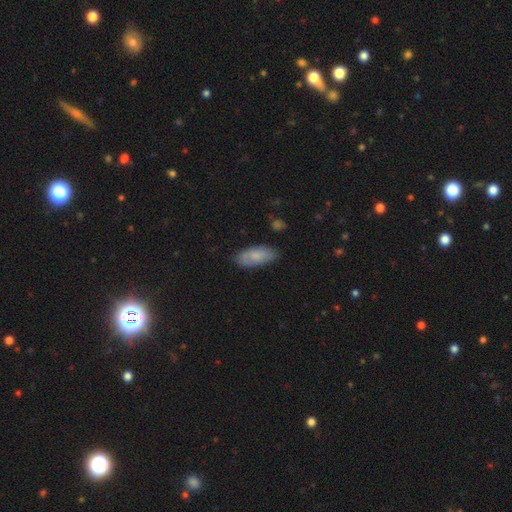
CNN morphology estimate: smooth 76%, featured or disk 17%, star or artifact 6%. Down the decision tree: how rounded — in between (86%); merging — none (77%).